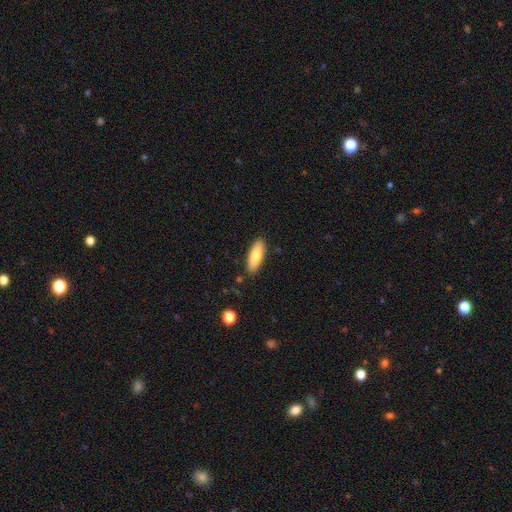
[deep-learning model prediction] Smooth or featured? Predicted: smooth (p=0.79). How rounded? Predicted: in between (p=0.57). Merging? Predicted: none (p=0.87).